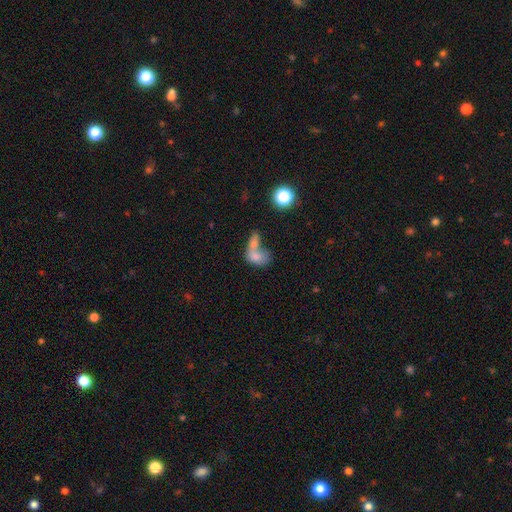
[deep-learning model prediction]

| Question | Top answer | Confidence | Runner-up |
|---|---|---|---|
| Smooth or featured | smooth | 72% | featured or disk (18%) |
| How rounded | in between | 78% | round (19%) |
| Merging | merger | 69% | none (15%) |